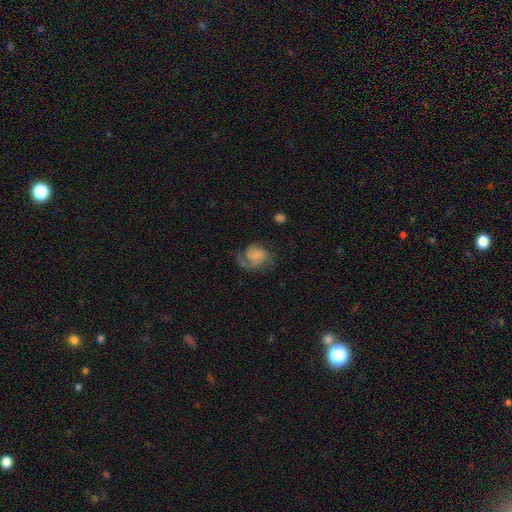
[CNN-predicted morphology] Smooth or featured: featured or disk — 57% (smooth — 34%)
Edge-on disk: no — 98% (yes — 2%)
Bar: no — 74% (weak — 22%)
Spiral arms: yes — 88% (no — 12%)
Bulge size: none — 47% (small — 28%)
Merging: none — 43% (major disturbance — 33%)